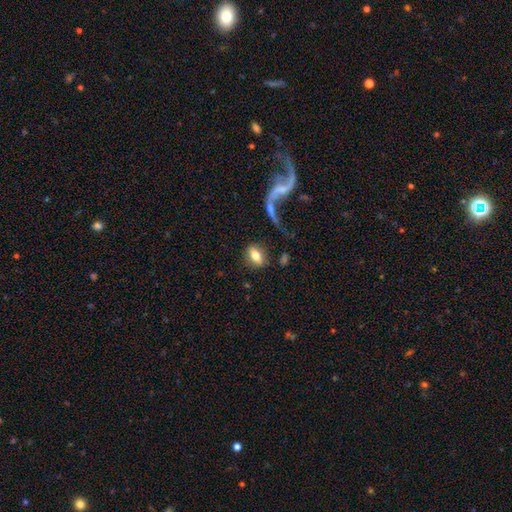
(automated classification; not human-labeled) This appears to be a smooth galaxy with no disk features (70%) that is in between round and cigar-shaped (81%). Merging: none (74%).